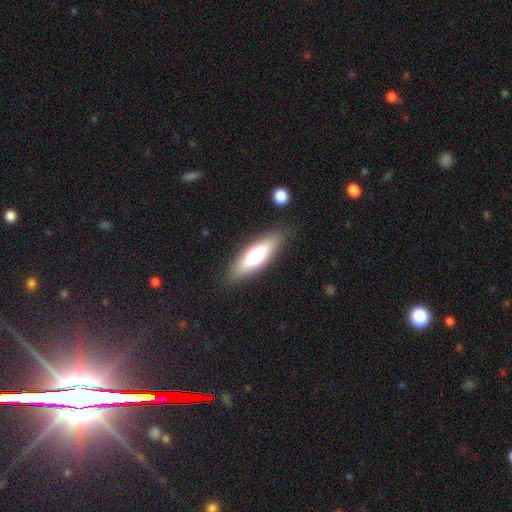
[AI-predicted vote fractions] Smooth or featured: smooth — 69% (featured or disk — 24%)
How rounded: cigar-shaped — 50% (in between — 49%)
Merging: none — 85% (minor disturbance — 10%)